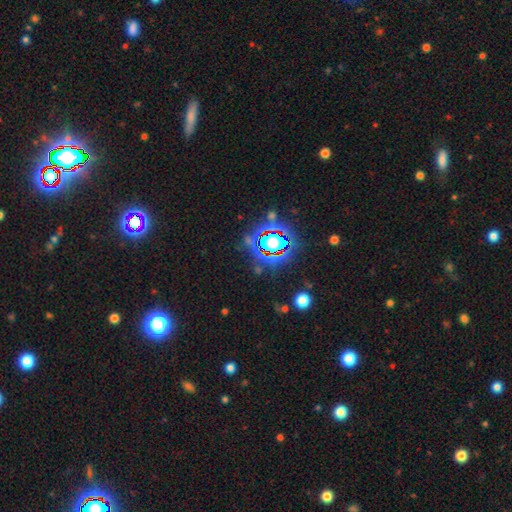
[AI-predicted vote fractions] This appears to be a star or artifact, not a galaxy (81%).